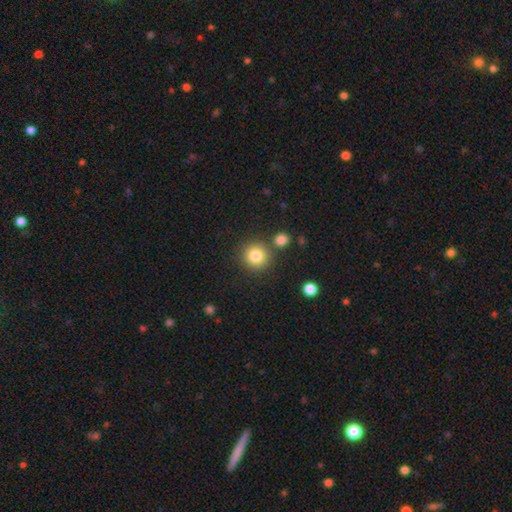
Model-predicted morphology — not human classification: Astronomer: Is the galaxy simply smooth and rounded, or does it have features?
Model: smooth — 83%.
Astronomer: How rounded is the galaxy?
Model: round — 93%.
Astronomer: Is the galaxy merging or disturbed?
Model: none — 80%.